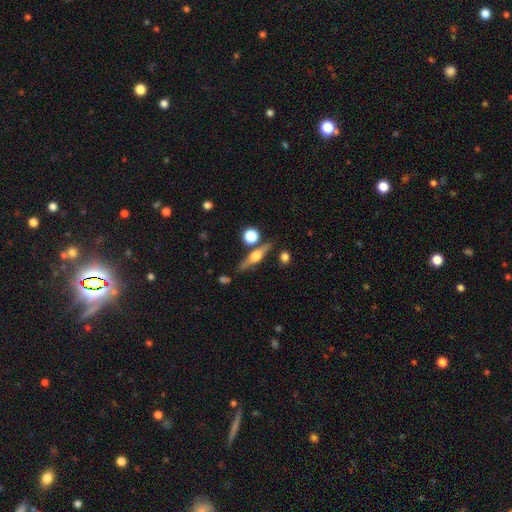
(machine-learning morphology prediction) type=featured or disk (67%); edge-on=yes (95%); edge-on bulge=rounded (92%); merging=none (79%).